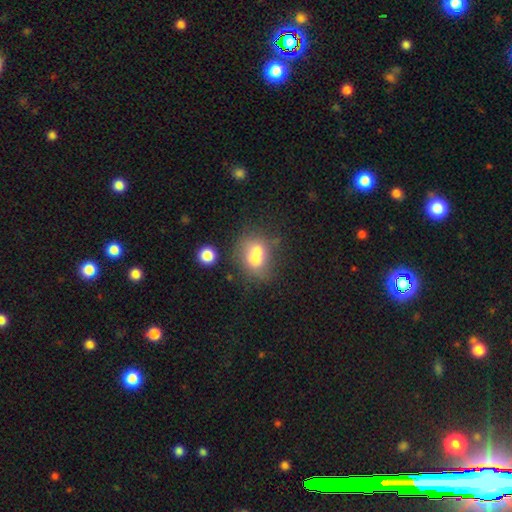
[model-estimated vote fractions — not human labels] Smooth or featured?
  - smooth: 64% *
  - featured or disk: 24%
  - star or artifact: 12%
How rounded?
  - round: 52% *
  - in between: 46%
  - cigar-shaped: 1%
Merging?
  - merger: 55% *
  - none: 27%
  - minor disturbance: 11%
  - major disturbance: 7%